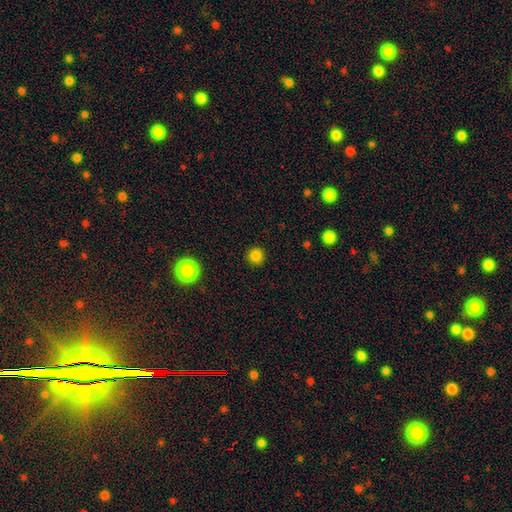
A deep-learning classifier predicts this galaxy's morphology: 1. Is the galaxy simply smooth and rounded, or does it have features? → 83% smooth, 13% star or artifact, 4% featured or disk.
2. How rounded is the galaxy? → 95% round, 4% in between, 1% cigar-shaped.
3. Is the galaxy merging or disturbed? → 91% none, 5% minor disturbance, 2% major disturbance, 1% merger.